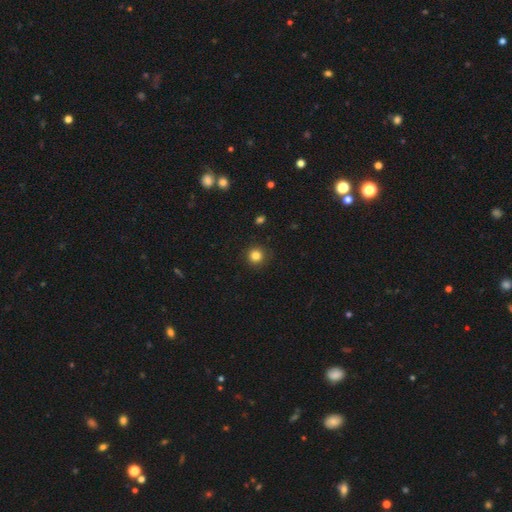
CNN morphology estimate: A smooth galaxy with no disk features (84%) that is round (94%).

Vote fractions:
- Smooth or featured? smooth: 84% / star or artifact: 12% / featured or disk: 4%
- How rounded? round: 94% / in between: 5% / cigar-shaped: 1%
- Merging? none: 90% / minor disturbance: 7% / major disturbance: 2% / merger: 1%